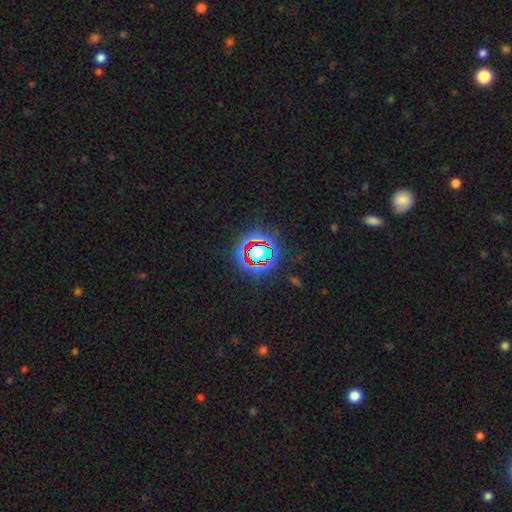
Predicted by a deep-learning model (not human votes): Smooth or featured? star or artifact (69%)